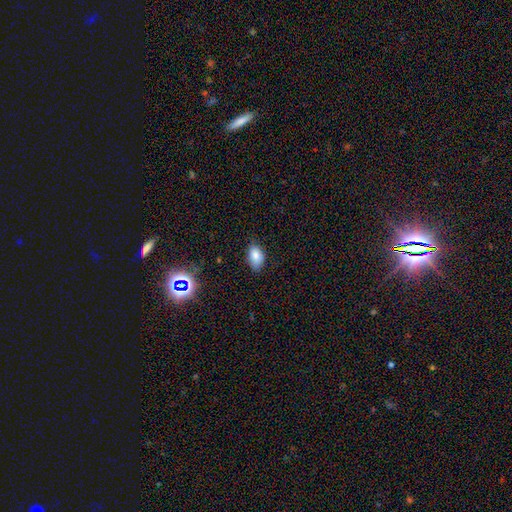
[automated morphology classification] smooth_or_featured: smooth (p=0.82) [alt: star or artifact p=0.10]
how_rounded: in between (p=0.89) [alt: round p=0.10]
merging: none (p=0.75) [alt: minor disturbance p=0.21]